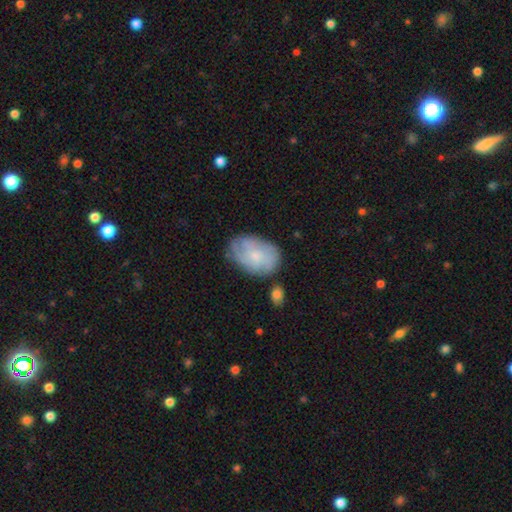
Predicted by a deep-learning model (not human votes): This is possibly a smooth galaxy (49%). Merging: likely none (64%).